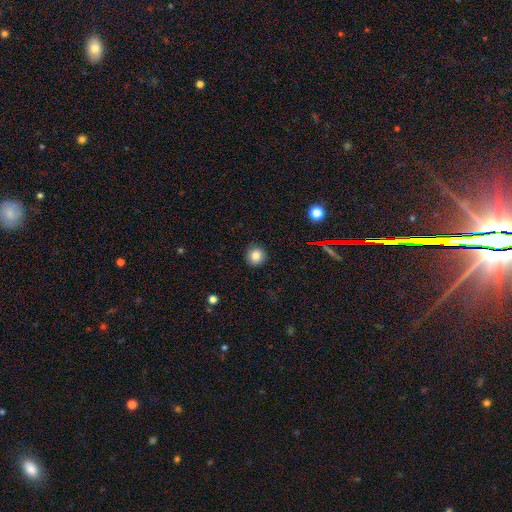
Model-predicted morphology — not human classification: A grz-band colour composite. It shows a smooth galaxy with no disk features (82%) that is round (94%). Merging: none (90%).